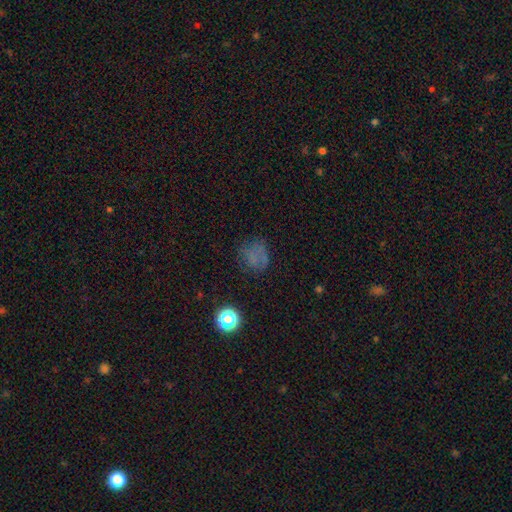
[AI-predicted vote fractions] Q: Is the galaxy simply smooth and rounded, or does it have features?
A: smooth — 57%.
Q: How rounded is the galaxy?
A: round — 70%.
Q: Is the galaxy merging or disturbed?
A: none — 58%.